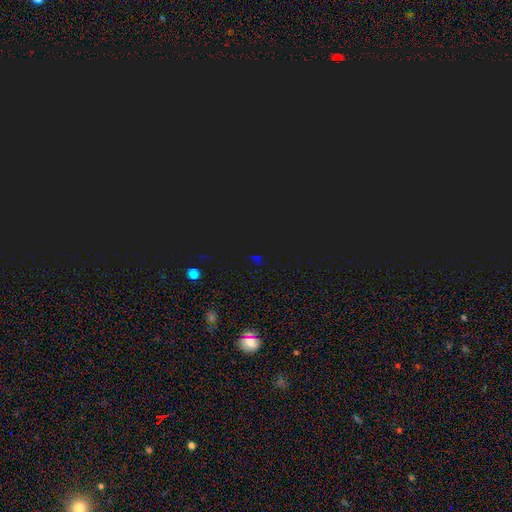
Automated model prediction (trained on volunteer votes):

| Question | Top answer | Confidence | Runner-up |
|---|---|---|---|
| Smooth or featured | star or artifact | 77% | smooth (17%) |